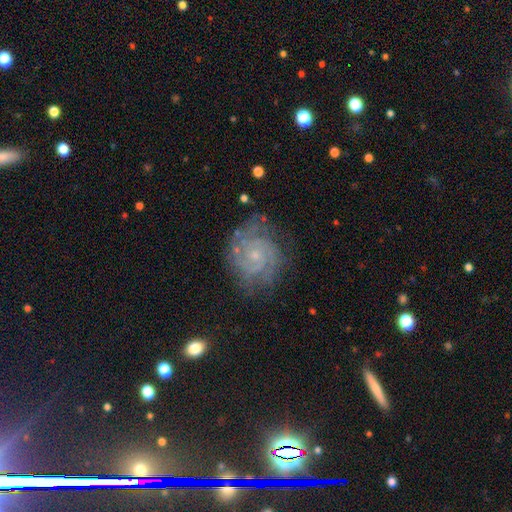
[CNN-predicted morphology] A featured or disk galaxy (84%) with no bar (75%), 2 (40%) tight (68%) spiral arms (96%) and a small central bulge (78%). Merging: none (71%).